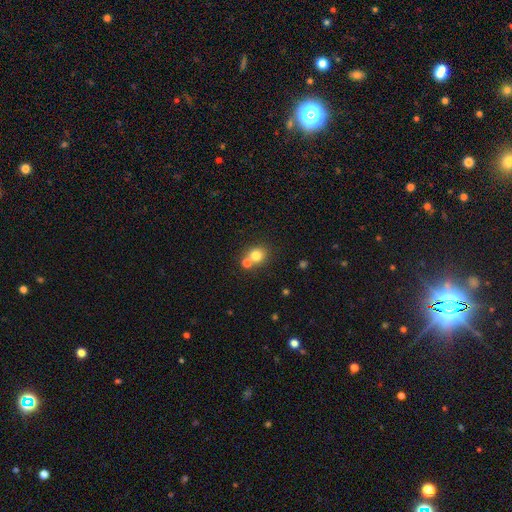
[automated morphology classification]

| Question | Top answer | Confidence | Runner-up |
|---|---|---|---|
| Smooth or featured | smooth | 78% | star or artifact (12%) |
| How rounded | round | 80% | in between (20%) |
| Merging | none | 53% | merger (37%) |